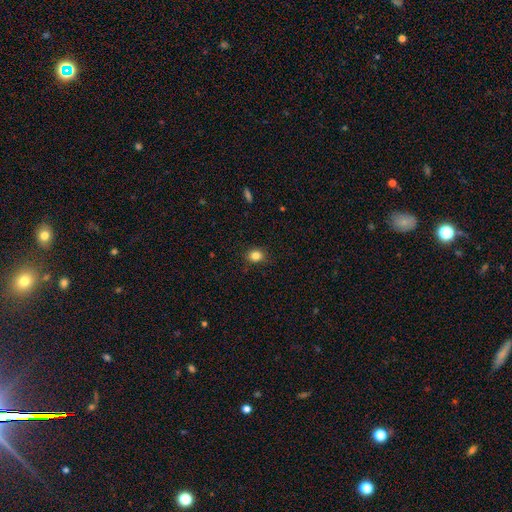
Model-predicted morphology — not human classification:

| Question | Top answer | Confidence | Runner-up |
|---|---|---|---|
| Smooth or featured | smooth | 84% | star or artifact (11%) |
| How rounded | round | 66% | in between (33%) |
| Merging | none | 86% | minor disturbance (11%) |